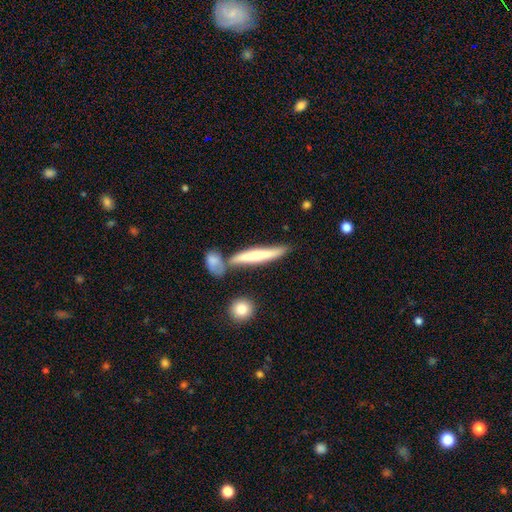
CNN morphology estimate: This is possibly a smooth galaxy (52%). How rounded: clearly cigar-shaped (88%). Merging: likely none (62%).